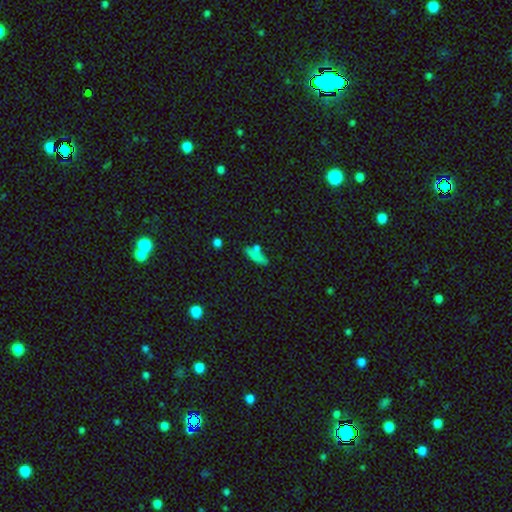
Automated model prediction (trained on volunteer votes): Smooth or featured? smooth (73%)
How rounded? in between (49%)
Merging? none (62%)